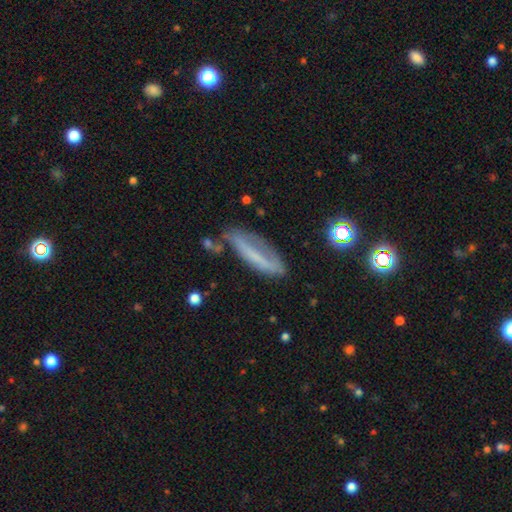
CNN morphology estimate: type=featured or disk (46%); merging=none (56%).